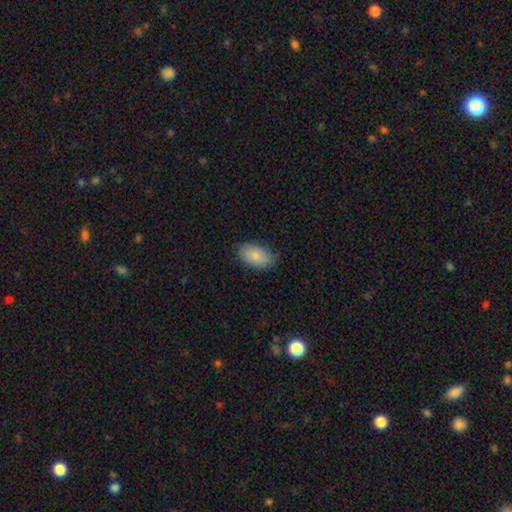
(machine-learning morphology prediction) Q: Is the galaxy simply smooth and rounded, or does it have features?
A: smooth — 85%.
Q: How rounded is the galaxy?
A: in between — 94%.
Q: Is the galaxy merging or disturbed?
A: none — 77%.